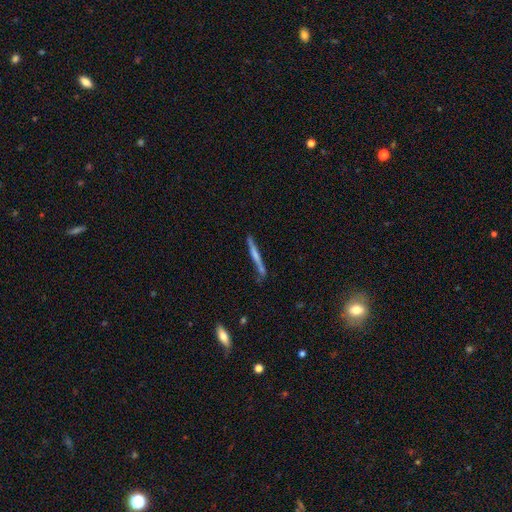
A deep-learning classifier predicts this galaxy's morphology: Smooth or featured: featured or disk — 54% (smooth — 40%)
Edge-on disk: yes — 96% (no — 4%)
Edge-on bulge: none — 51% (rounded — 34%)
Merging: none — 78% (minor disturbance — 14%)